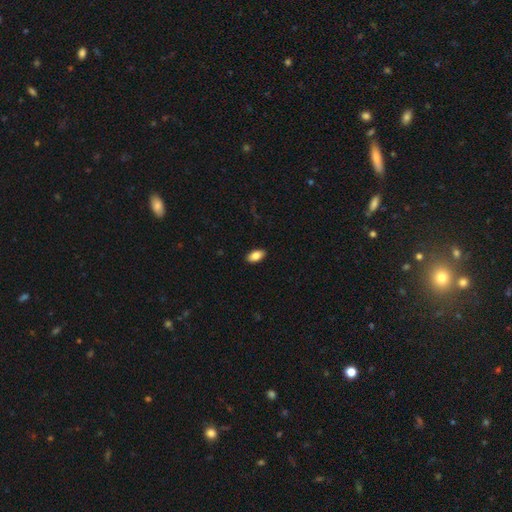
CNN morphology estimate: Q: Smooth or featured?
A: smooth (85%); runner-up: featured or disk (8%)
Q: How rounded?
A: in between (93%); runner-up: round (4%)
Q: Merging?
A: none (90%); runner-up: minor disturbance (7%)